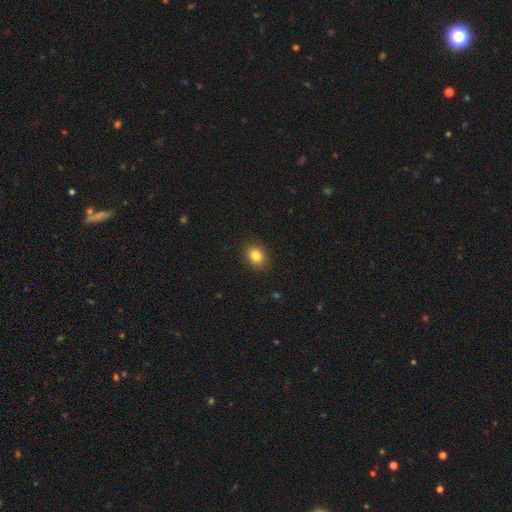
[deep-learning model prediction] Morphology: type=smooth (84%); roundness=in between (53%); merging=none (90%).